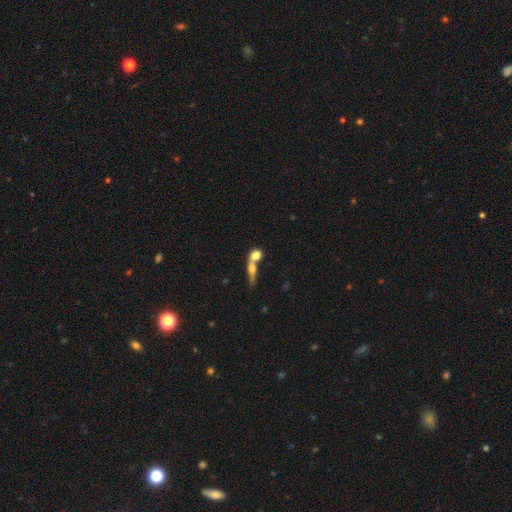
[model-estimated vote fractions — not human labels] Morphology: type=smooth (66%); roundness=round (51%); merging=merger (61%).